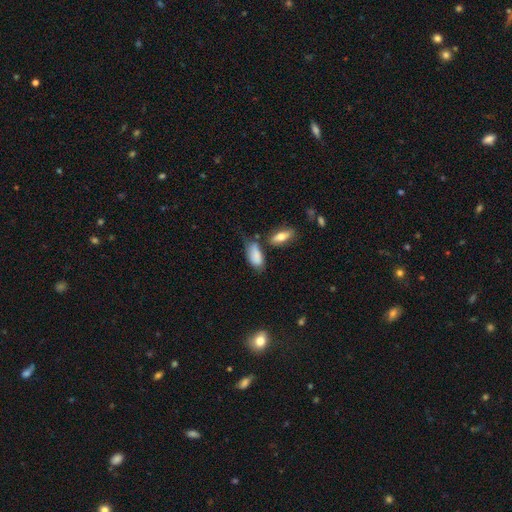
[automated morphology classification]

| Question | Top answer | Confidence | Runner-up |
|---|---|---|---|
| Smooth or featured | smooth | 82% | featured or disk (11%) |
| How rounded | in between | 88% | cigar-shaped (9%) |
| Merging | none | 41% | minor disturbance (34%) |